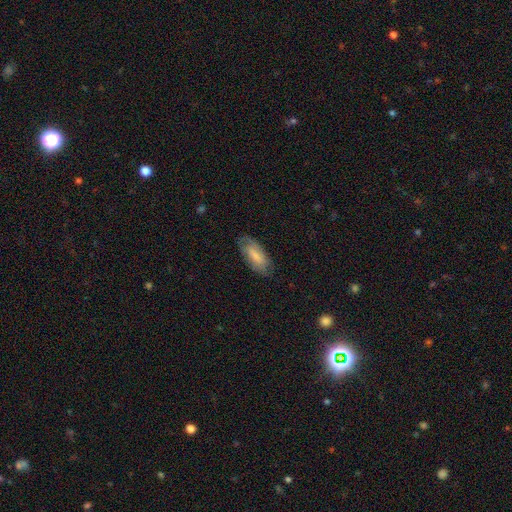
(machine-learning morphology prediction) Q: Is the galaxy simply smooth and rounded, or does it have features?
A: smooth — 61%.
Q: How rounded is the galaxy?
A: in between — 84%.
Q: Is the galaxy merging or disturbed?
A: none — 76%.